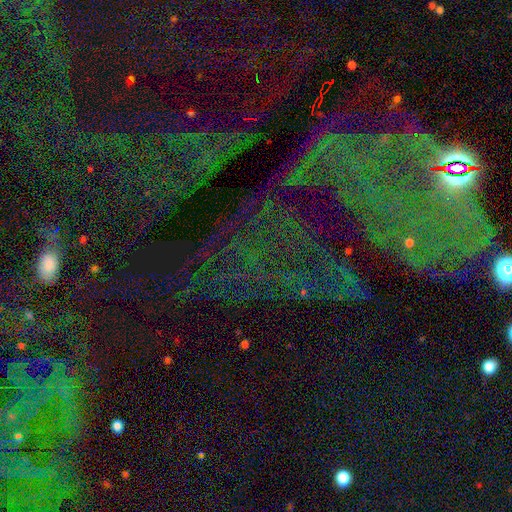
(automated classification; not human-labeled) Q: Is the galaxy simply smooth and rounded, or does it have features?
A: star or artifact — 77%.